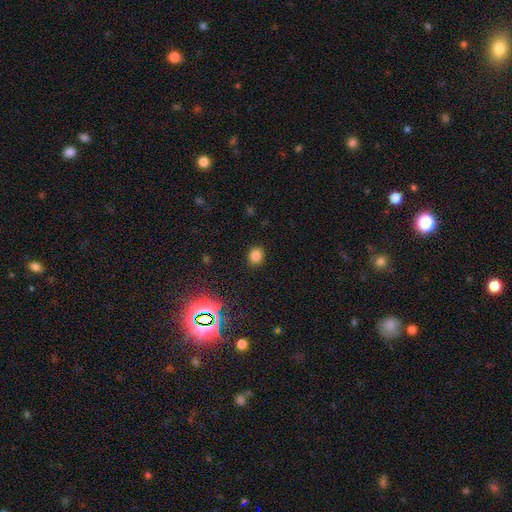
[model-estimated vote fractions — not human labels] Smooth or featured?
  - smooth: 81% *
  - star or artifact: 15%
  - featured or disk: 4%
How rounded?
  - round: 56% *
  - in between: 43%
  - cigar-shaped: 1%
Merging?
  - none: 88% *
  - minor disturbance: 8%
  - major disturbance: 3%
  - merger: 1%